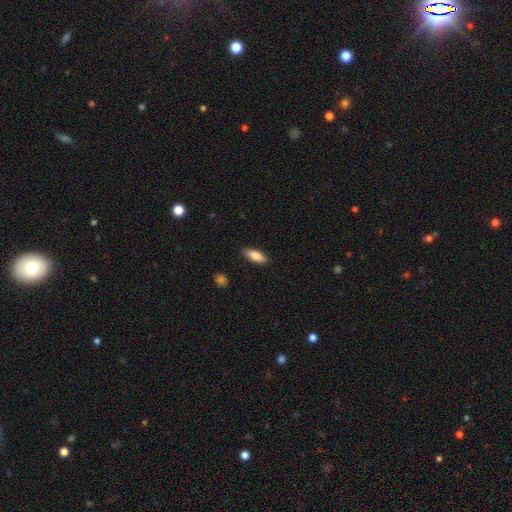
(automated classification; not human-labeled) The model was most divided on "how rounded": in between: 70%, cigar-shaped: 27%, round: 2%. More confident: merging — none (87%); smooth or featured — smooth (79%).